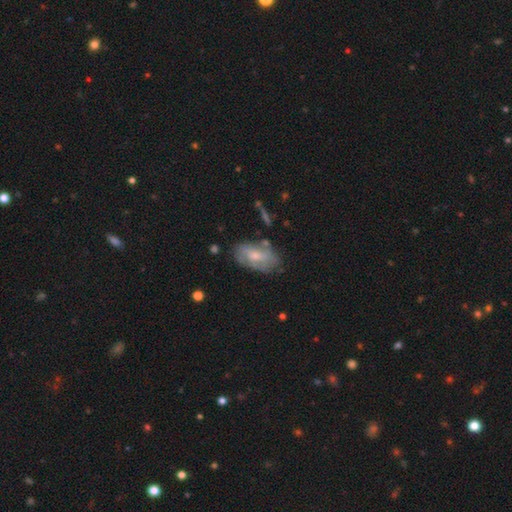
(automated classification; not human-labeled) The model was most divided on "smooth or featured": featured or disk: 50%, smooth: 43%, star or artifact: 7%. More confident: merging — none (62%).